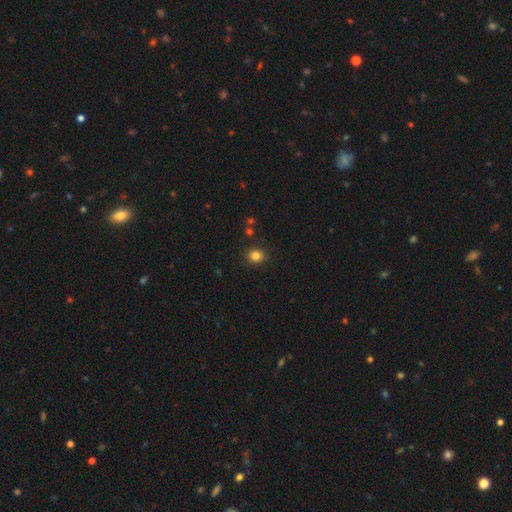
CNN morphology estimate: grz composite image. It shows a smooth galaxy with no disk features (83%) that is round (76%). Merging: none (88%).